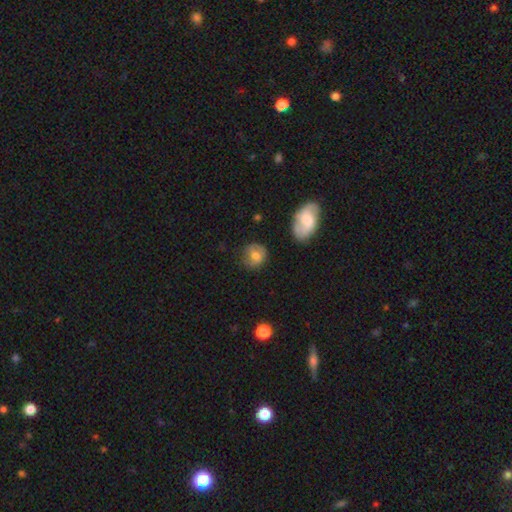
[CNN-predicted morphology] The model was most divided on "smooth or featured": smooth: 64%, featured or disk: 28%, star or artifact: 9%. More confident: how rounded — round (76%); merging — none (69%).